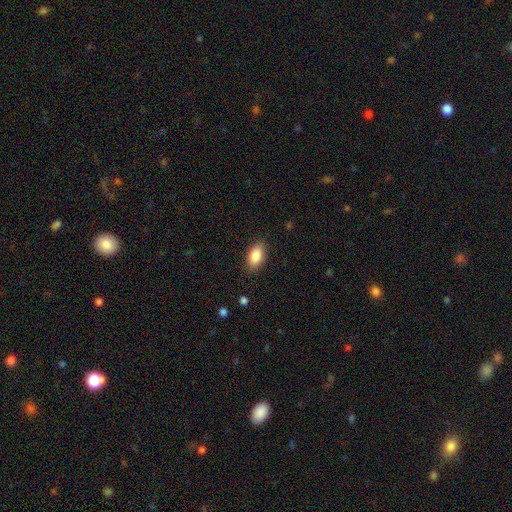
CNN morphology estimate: Smooth or featured? smooth (87%)
How rounded? in between (92%)
Merging? none (86%)